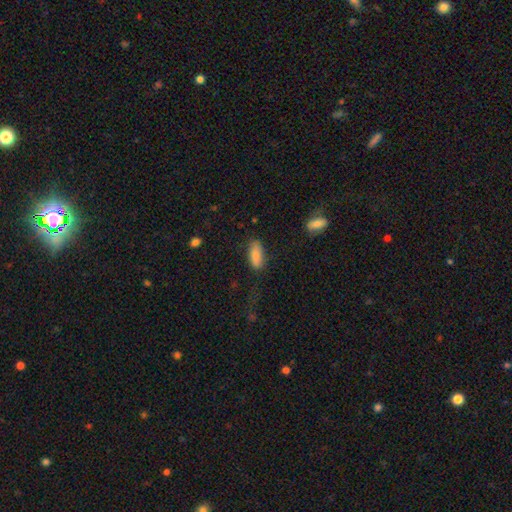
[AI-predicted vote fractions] Smooth or featured?
  - smooth: 86% *
  - featured or disk: 8%
  - star or artifact: 7%
How rounded?
  - in between: 81% *
  - cigar-shaped: 16%
  - round: 2%
Merging?
  - none: 76% *
  - minor disturbance: 16%
  - major disturbance: 5%
  - merger: 2%